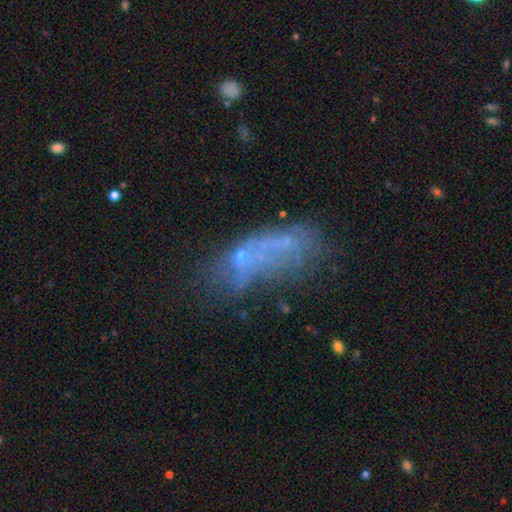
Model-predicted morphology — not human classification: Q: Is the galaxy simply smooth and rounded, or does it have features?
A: featured or disk — 41%.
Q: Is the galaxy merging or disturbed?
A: none — 33%.